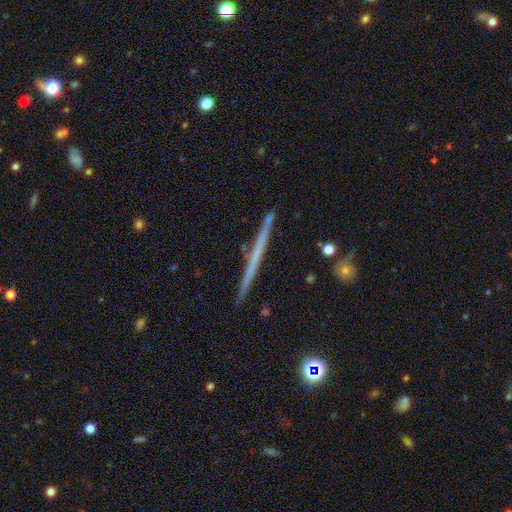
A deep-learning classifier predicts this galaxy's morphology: featured or disk 59%, smooth 34%, star or artifact 6%. Down the decision tree: edge-on disk — yes (98%); edge-on bulge — none (91%); merging — none (91%).